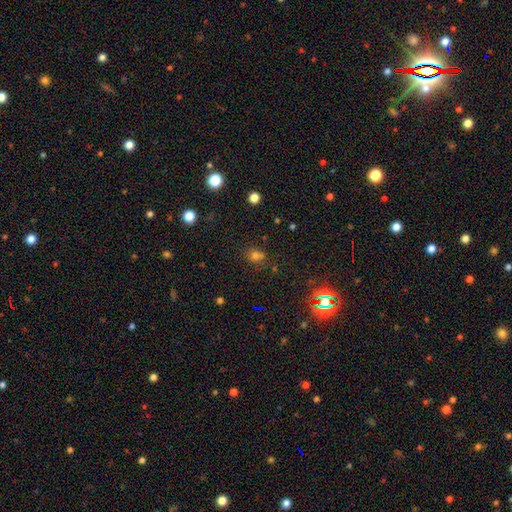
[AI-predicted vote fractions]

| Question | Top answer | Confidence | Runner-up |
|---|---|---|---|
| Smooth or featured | smooth | 69% | star or artifact (24%) |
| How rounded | round | 64% | in between (35%) |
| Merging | none | 74% | minor disturbance (15%) |